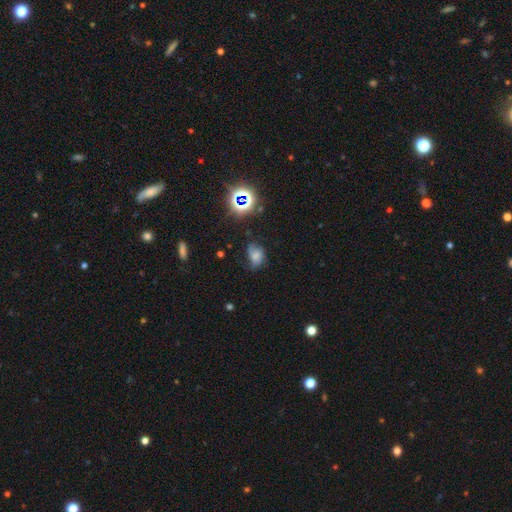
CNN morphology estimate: The model was most divided on "merging": none: 43%, minor disturbance: 34%, major disturbance: 20%, merger: 3%. Remaining: smooth or featured — smooth (46%).